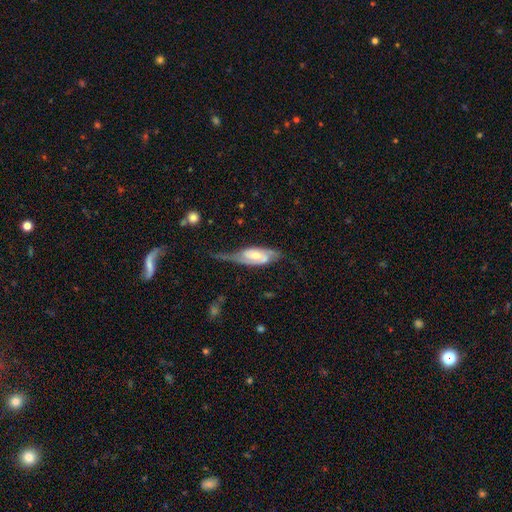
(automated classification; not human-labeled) Smooth or featured: featured or disk — 74% (smooth — 21%)
Edge-on disk: no — 87% (yes — 13%)
Bar: no — 43% (weak — 40%)
Spiral arms: yes — 89% (no — 11%)
Spiral winding: medium — 41% (loose — 30%)
Spiral arm count: 2 — 76% (can't tell — 12%)
Bulge size: moderate — 53% (small — 37%)
Merging: major disturbance — 35% (none — 32%)